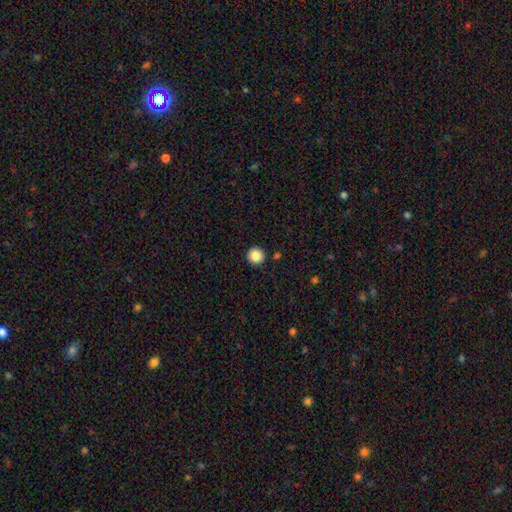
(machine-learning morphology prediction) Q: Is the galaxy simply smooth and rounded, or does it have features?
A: smooth — 87%.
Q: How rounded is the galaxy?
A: round — 95%.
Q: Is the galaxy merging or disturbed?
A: none — 92%.